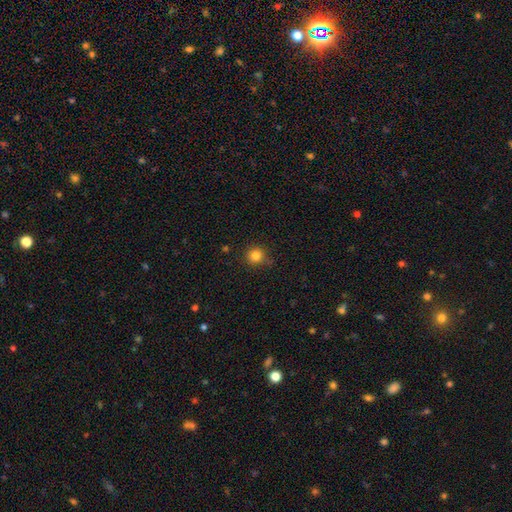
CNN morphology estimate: Smooth or featured? Predicted: smooth (p=0.83). How rounded? Predicted: round (p=0.93). Merging? Predicted: none (p=0.84).